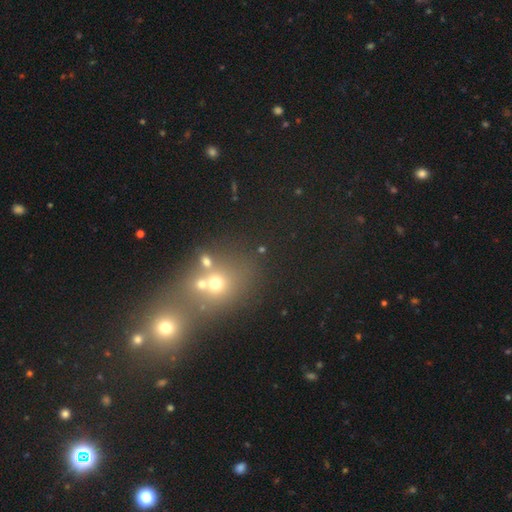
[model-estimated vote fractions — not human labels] smooth-or-featured: star or artifact: 45% | smooth: 40% | featured or disk: 15%